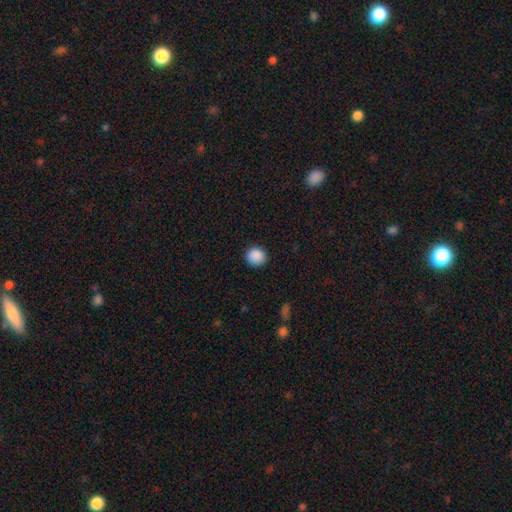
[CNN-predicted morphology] Overall: smooth (89%). How rounded: round (88%). Merging: none (91%).